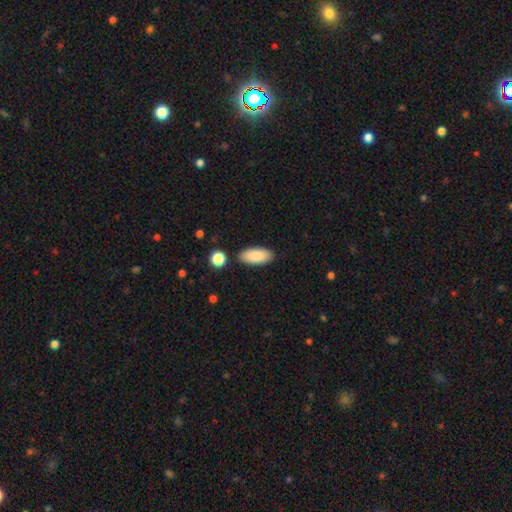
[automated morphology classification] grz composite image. It shows a smooth galaxy with no disk features (89%) that is in between round and cigar-shaped (86%). Merging: none (87%).